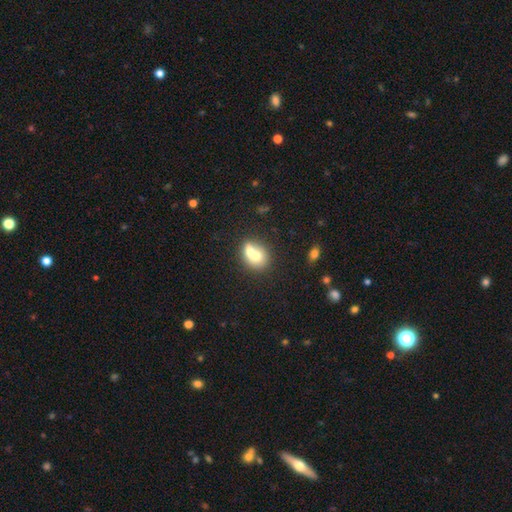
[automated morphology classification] A smooth galaxy with no disk features (66%) that is round (59%).

Vote fractions:
- Smooth or featured? smooth: 66% / featured or disk: 25% / star or artifact: 9%
- How rounded? round: 59% / in between: 39% / cigar-shaped: 1%
- Merging? merger: 64% / none: 26% / minor disturbance: 7% / major disturbance: 3%